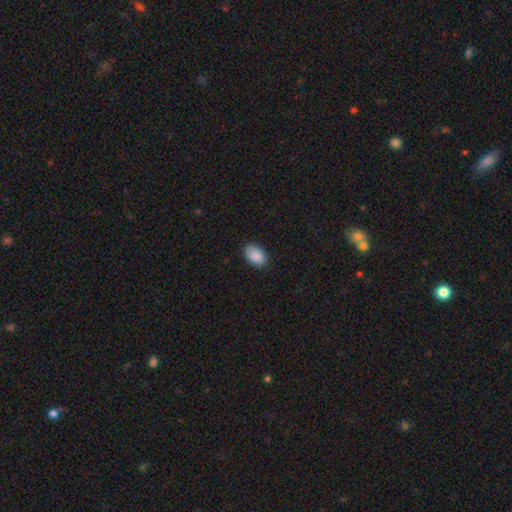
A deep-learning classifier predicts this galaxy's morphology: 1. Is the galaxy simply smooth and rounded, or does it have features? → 90% smooth, 7% star or artifact, 4% featured or disk.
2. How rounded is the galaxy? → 90% in between, 9% round, 1% cigar-shaped.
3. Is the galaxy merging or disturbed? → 85% none, 12% minor disturbance, 2% major disturbance, 1% merger.